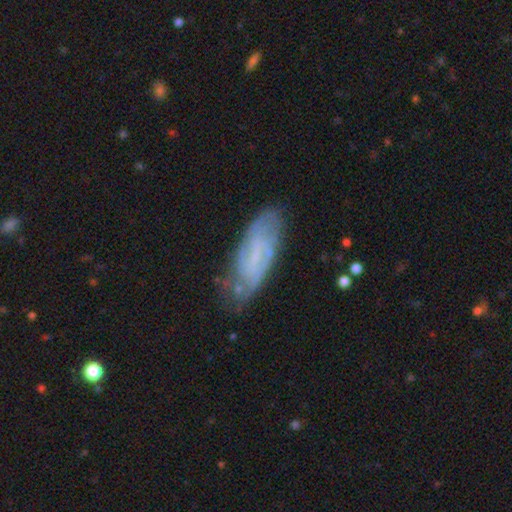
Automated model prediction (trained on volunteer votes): Overall: featured or disk (63%; smooth 28%). Edge-on disk: no (87%). Bar: weak (47%; no 34%). Spiral arms: yes (77%). Bulge size: none (43%, tied with small). Merging: none (66%).